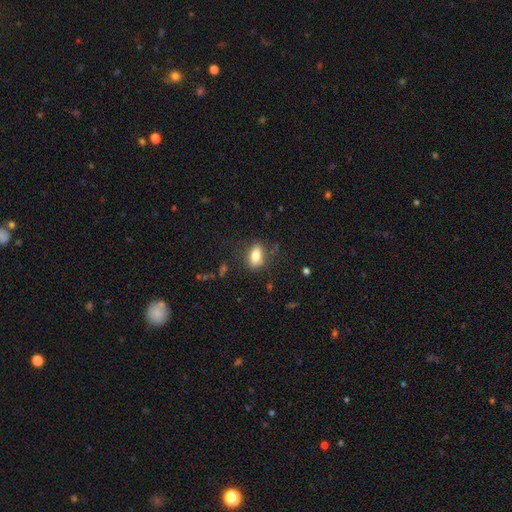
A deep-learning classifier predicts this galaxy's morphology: Smooth or featured? smooth (78%)
How rounded? in between (84%)
Merging? none (78%)